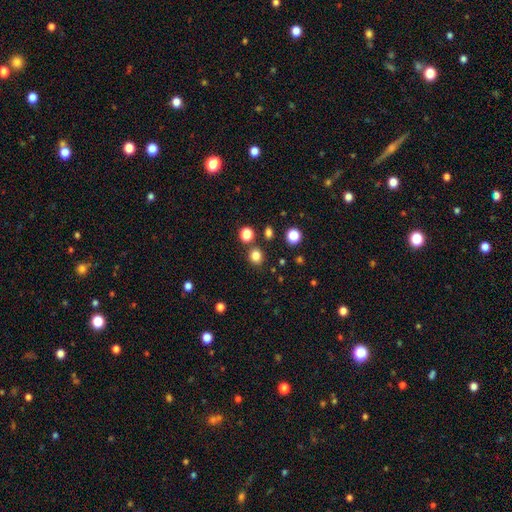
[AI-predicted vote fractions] smooth_or_featured: smooth (p=0.81) [alt: star or artifact p=0.14]
how_rounded: round (p=0.83) [alt: in between p=0.16]
merging: none (p=0.83) [alt: minor disturbance p=0.08]